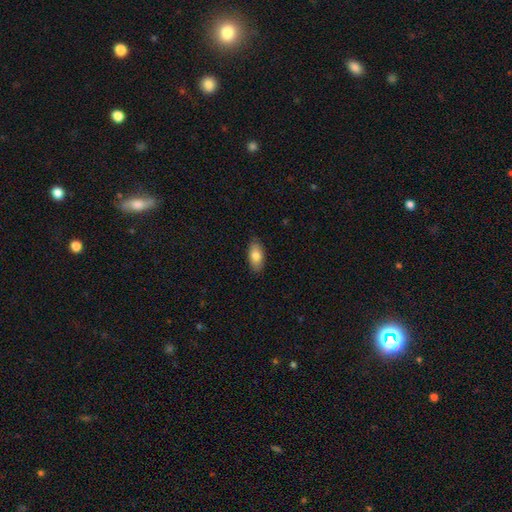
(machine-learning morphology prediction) A smooth galaxy with no disk features (80%) that is in between round and cigar-shaped (91%). Merging: none (86%).